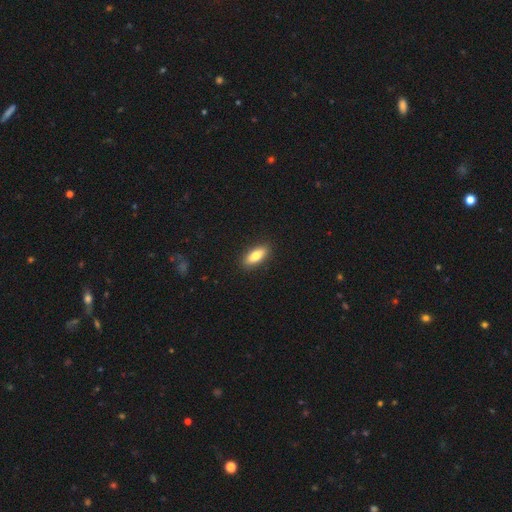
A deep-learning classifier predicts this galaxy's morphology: This is likely a smooth galaxy (79%). How rounded: likely in between (77%). Merging: clearly none (90%).